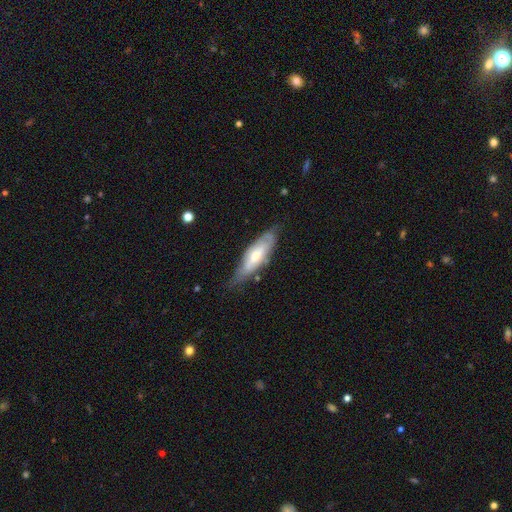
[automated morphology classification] featured or disk 51%, smooth 44%, star or artifact 6%. Down the decision tree: edge-on disk — no (62%); merging — none (62%).